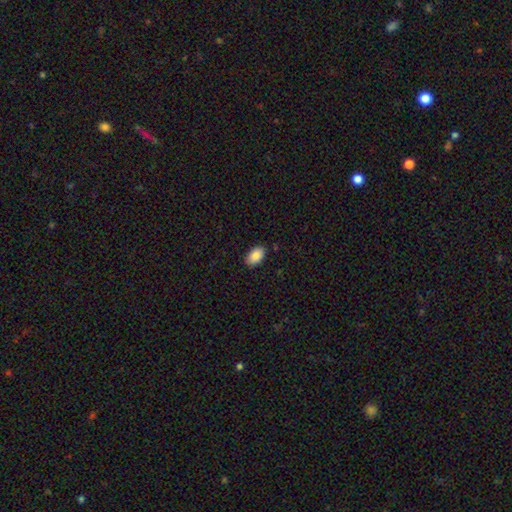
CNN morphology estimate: Q: Smooth or featured?
A: smooth (88%); runner-up: star or artifact (7%)
Q: How rounded?
A: in between (93%); runner-up: round (6%)
Q: Merging?
A: none (88%); runner-up: minor disturbance (9%)